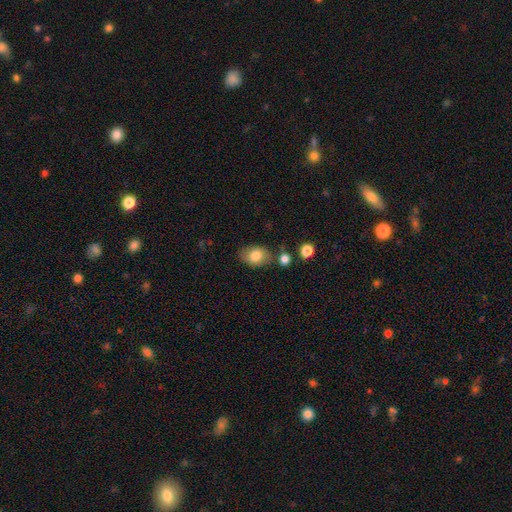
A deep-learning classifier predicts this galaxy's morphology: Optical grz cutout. It shows a smooth galaxy with no disk features (81%) that is in between round and cigar-shaped (74%). Merging: none (72%).